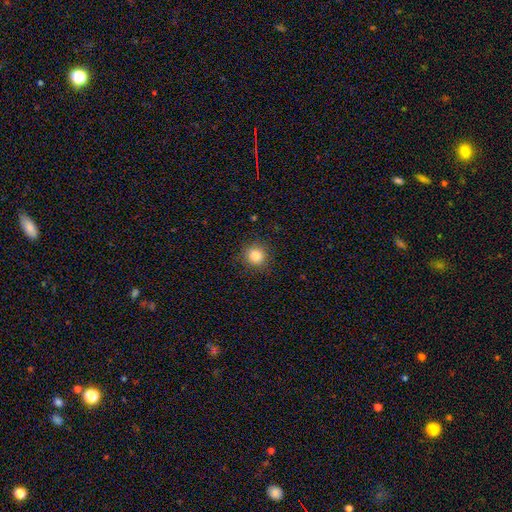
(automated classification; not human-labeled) This appears to be a smooth galaxy with no disk features (85%) that is round (91%). Merging: none (89%).